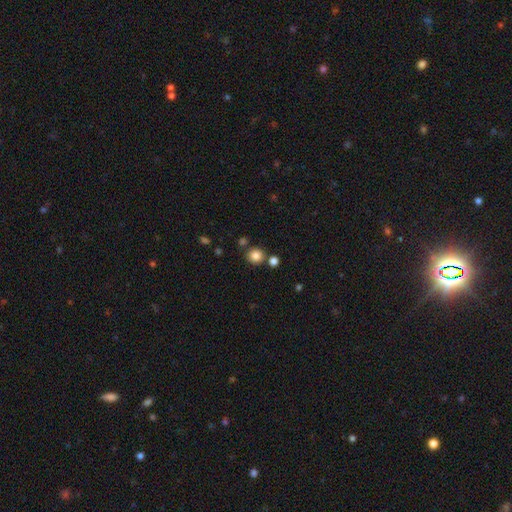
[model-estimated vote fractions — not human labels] A smooth galaxy with no disk features (83%) that is round (91%).

Vote fractions:
- Smooth or featured? smooth: 83% / star or artifact: 11% / featured or disk: 5%
- How rounded? round: 91% / in between: 8% / cigar-shaped: 1%
- Merging? none: 80% / merger: 10% / minor disturbance: 8% / major disturbance: 3%